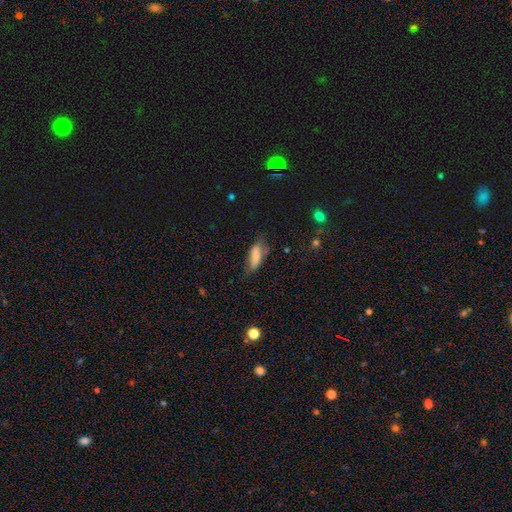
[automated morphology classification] This appears to be a smooth galaxy with no disk features (76%) that is in between round and cigar-shaped (69%). Merging: none (49%).